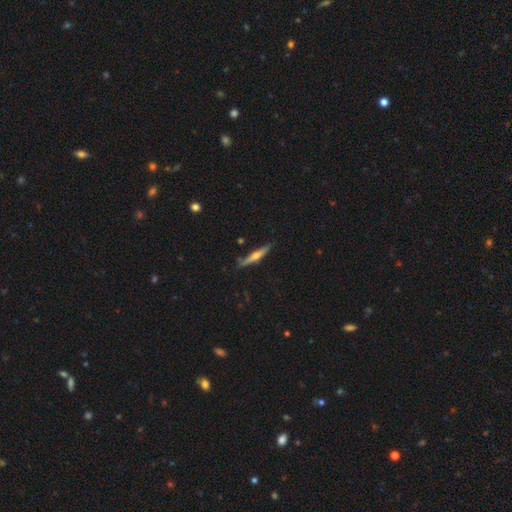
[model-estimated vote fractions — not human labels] Smooth or featured: featured or disk — 61% (smooth — 34%)
Edge-on disk: yes — 96% (no — 4%)
Edge-on bulge: rounded — 87% (none — 8%)
Merging: none — 81% (minor disturbance — 14%)